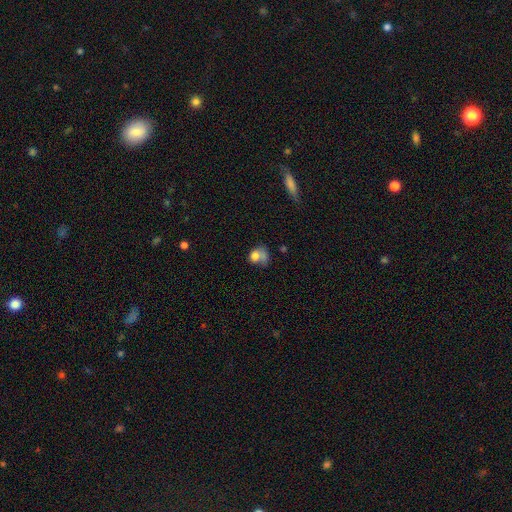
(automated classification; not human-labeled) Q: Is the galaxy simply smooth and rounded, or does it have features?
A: smooth — 70%.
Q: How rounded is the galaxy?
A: in between — 49%, tied with round.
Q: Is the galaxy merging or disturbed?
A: major disturbance — 28%.